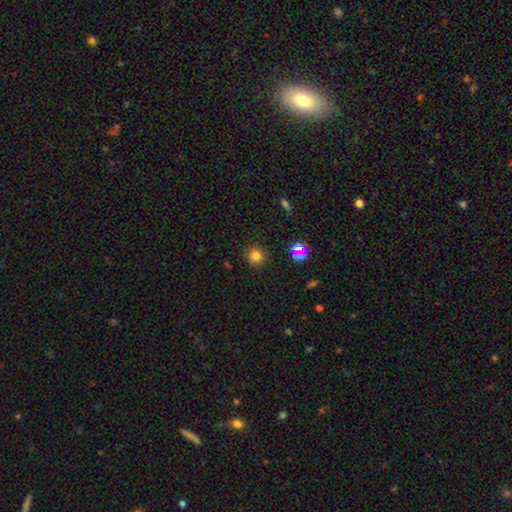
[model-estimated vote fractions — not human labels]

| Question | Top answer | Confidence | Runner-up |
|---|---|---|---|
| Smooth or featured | smooth | 77% | star or artifact (17%) |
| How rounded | round | 91% | in between (8%) |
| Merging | none | 89% | minor disturbance (7%) |